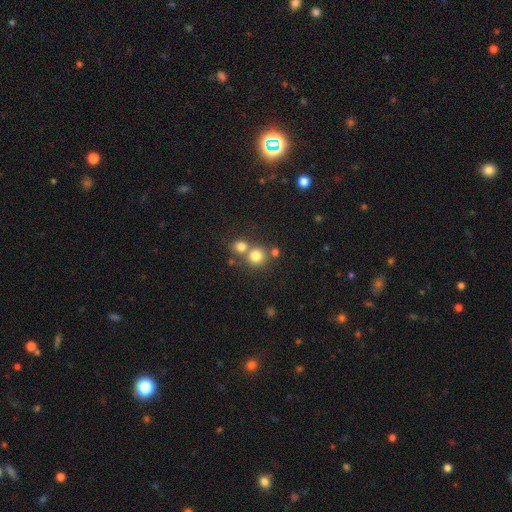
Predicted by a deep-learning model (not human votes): Smooth or featured: smooth — 77% (star or artifact — 14%)
How rounded: round — 89% (in between — 10%)
Merging: none — 55% (merger — 36%)